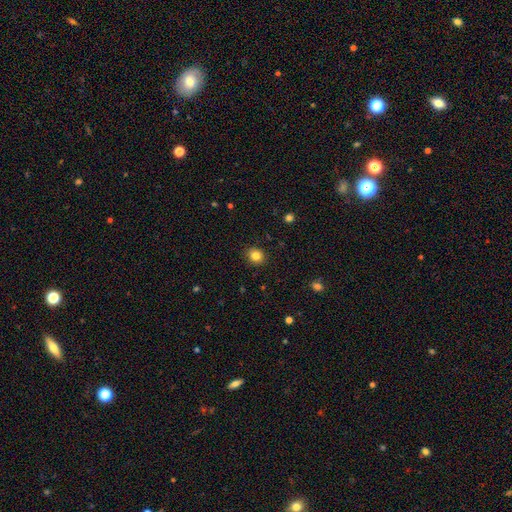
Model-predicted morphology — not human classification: Smooth or featured?
  - smooth: 83% *
  - star or artifact: 11%
  - featured or disk: 6%
How rounded?
  - round: 74% *
  - in between: 25%
  - cigar-shaped: 1%
Merging?
  - none: 90% *
  - minor disturbance: 7%
  - major disturbance: 2%
  - merger: 1%